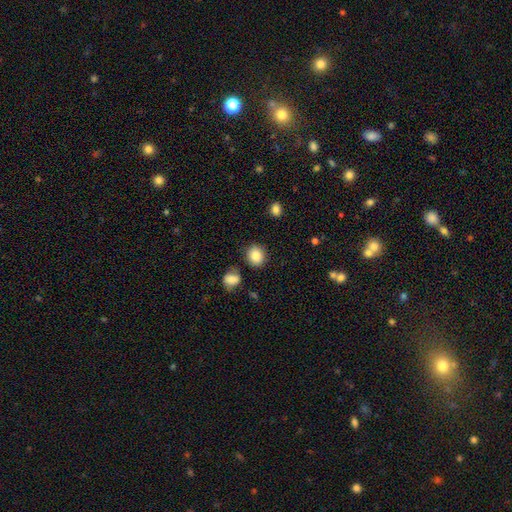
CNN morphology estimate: smooth_or_featured: smooth (p=0.86) [alt: star or artifact p=0.09]
how_rounded: round (p=0.78) [alt: in between p=0.21]
merging: none (p=0.84) [alt: minor disturbance p=0.09]